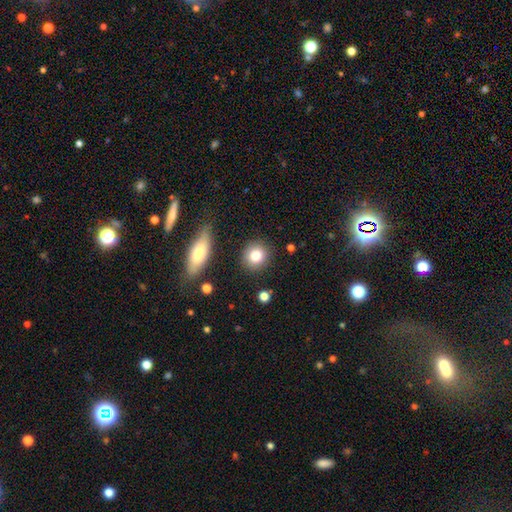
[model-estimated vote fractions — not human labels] Morphology: type=smooth (81%); roundness=round (85%); merging=none (87%).